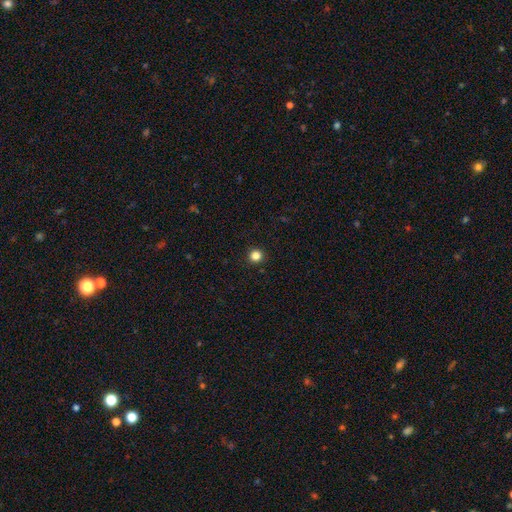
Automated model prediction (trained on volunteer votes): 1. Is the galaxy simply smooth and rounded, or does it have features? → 84% smooth, 12% star or artifact, 4% featured or disk.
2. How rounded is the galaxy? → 94% round, 5% in between, 1% cigar-shaped.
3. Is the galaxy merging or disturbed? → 93% none, 4% minor disturbance, 1% major disturbance, 1% merger.